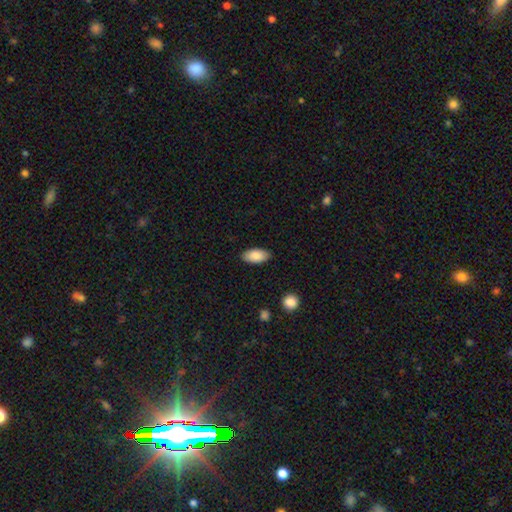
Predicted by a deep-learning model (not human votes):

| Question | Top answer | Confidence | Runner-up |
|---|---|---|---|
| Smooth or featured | smooth | 88% | star or artifact (6%) |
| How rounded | in between | 93% | cigar-shaped (4%) |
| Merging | none | 87% | minor disturbance (10%) |